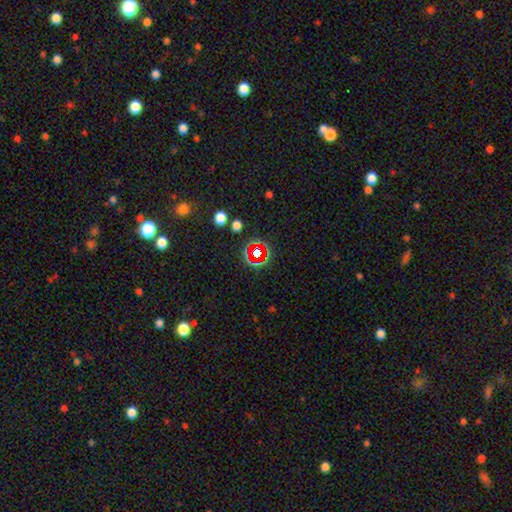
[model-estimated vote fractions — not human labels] Q: Smooth or featured?
A: star or artifact (62%); runner-up: smooth (24%)